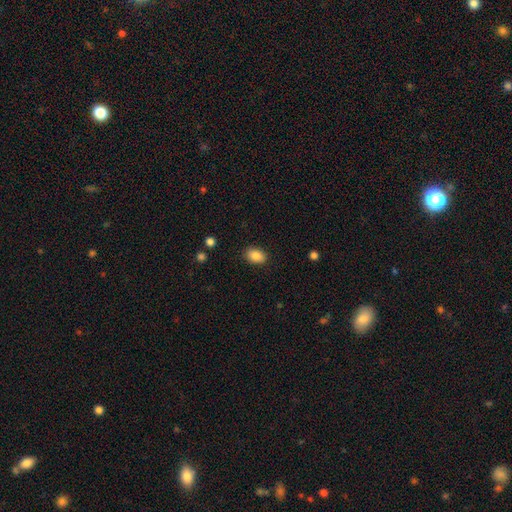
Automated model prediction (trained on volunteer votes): The model was most divided on "how rounded": in between: 83%, round: 15%, cigar-shaped: 1%. More confident: merging — none (88%); smooth or featured — smooth (87%).